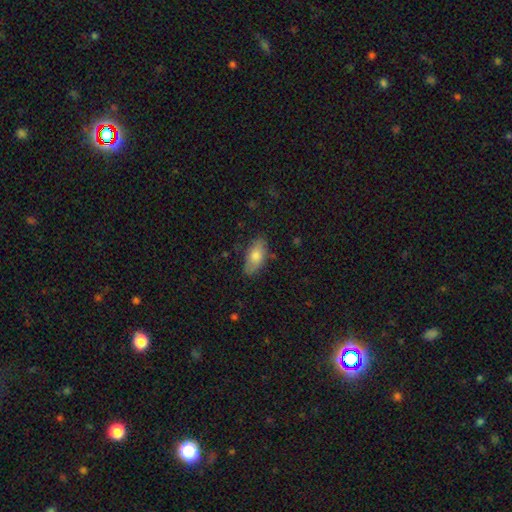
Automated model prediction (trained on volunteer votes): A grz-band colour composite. It shows a smooth galaxy with no disk features (77%) that is in between round and cigar-shaped (87%). Merging: none (81%).